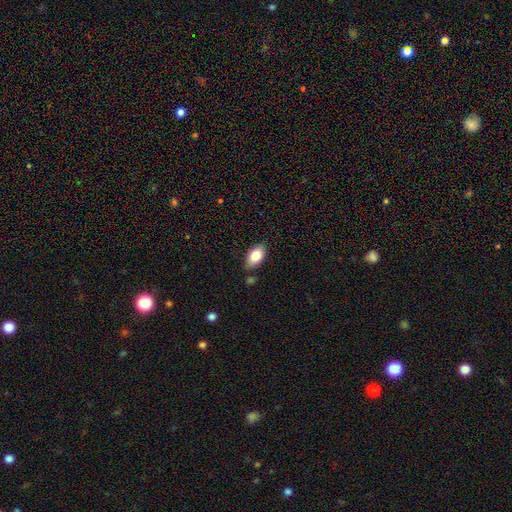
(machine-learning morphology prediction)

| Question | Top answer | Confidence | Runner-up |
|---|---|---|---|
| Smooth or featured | smooth | 84% | featured or disk (9%) |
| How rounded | in between | 93% | round (4%) |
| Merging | none | 79% | minor disturbance (14%) |